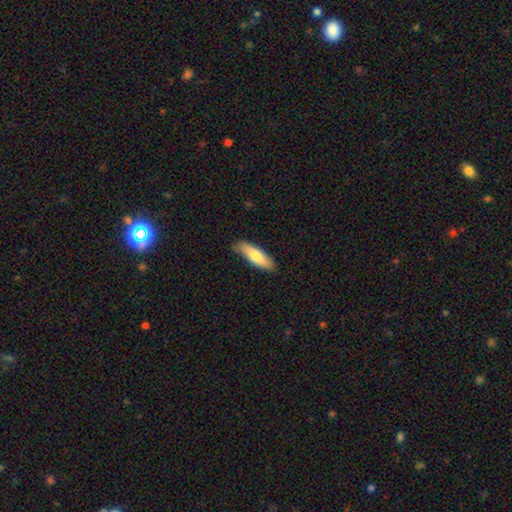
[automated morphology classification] Smooth or featured? smooth (74%)
How rounded? cigar-shaped (55%)
Merging? none (81%)